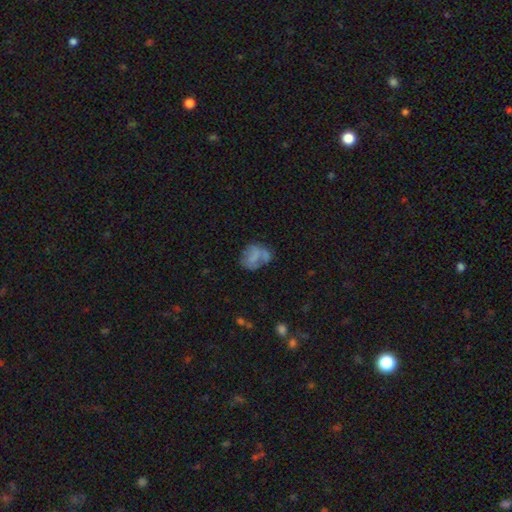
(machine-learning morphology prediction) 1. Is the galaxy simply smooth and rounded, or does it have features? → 55% smooth, 34% featured or disk, 11% star or artifact.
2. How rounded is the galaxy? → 50% in between, 48% round, 1% cigar-shaped.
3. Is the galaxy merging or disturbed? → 44% none, 25% minor disturbance, 21% major disturbance, 10% merger.